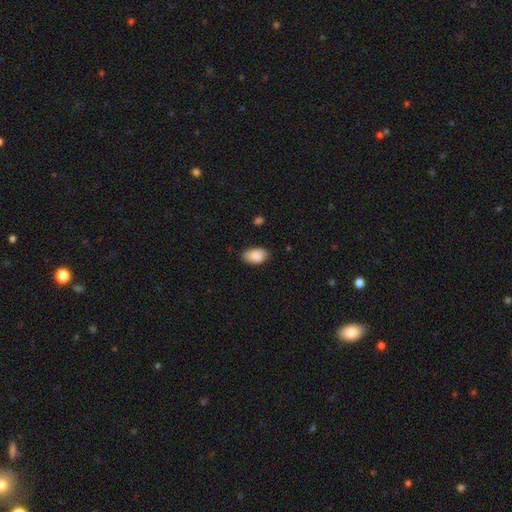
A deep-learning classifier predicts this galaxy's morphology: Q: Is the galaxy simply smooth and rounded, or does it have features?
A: smooth — 88%.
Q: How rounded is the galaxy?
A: in between — 92%.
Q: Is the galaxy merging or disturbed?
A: none — 76%.